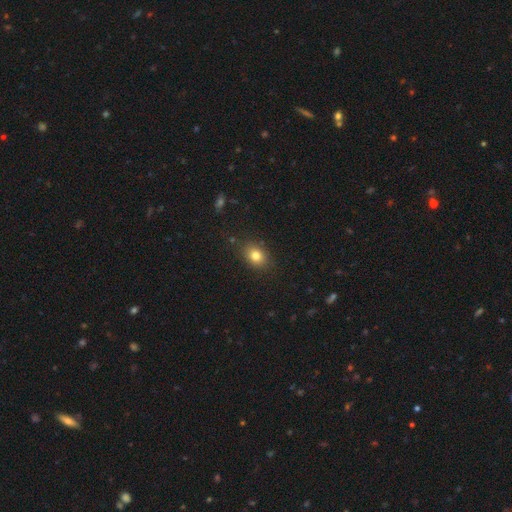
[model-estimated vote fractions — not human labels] This appears to be a smooth galaxy with no disk features (81%) that is in between round and cigar-shaped (59%). Merging: none (84%).